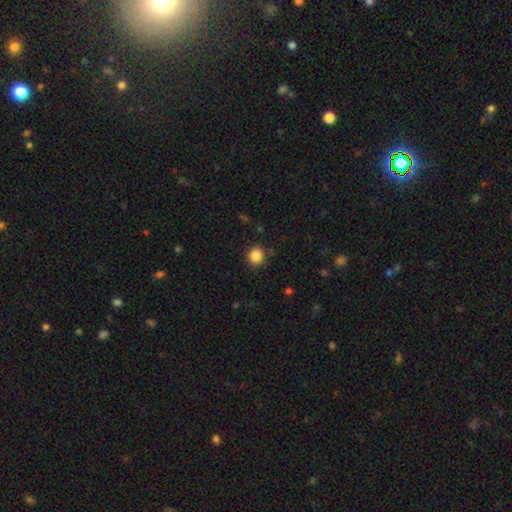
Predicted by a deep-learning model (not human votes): Smooth or featured? smooth (87%)
How rounded? round (86%)
Merging? none (87%)